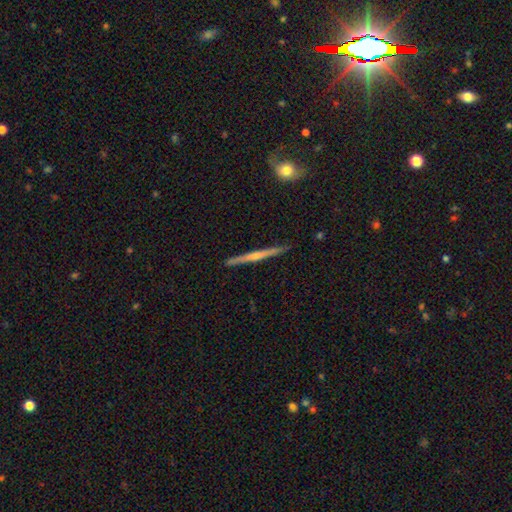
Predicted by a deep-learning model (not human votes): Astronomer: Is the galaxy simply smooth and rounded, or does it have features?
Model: featured or disk — 66%.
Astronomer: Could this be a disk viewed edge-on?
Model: yes — 96%.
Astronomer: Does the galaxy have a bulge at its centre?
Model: rounded — 59%.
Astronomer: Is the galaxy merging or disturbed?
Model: none — 89%.